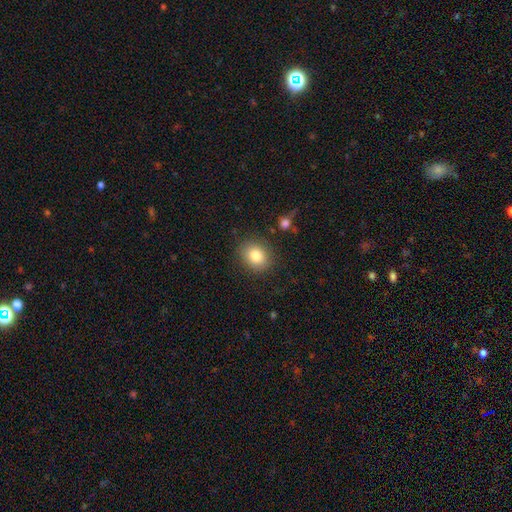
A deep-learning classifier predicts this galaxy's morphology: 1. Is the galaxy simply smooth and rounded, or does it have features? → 82% smooth, 10% star or artifact, 8% featured or disk.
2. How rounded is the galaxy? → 59% round, 40% in between, 1% cigar-shaped.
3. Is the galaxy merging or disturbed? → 85% none, 10% minor disturbance, 3% major disturbance, 2% merger.